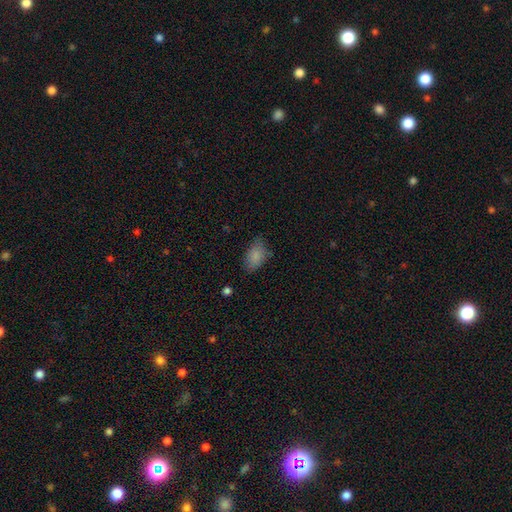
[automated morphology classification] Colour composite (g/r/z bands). It shows a smooth galaxy with no disk features (85%) that is in between round and cigar-shaped (92%). Merging: none (71%).